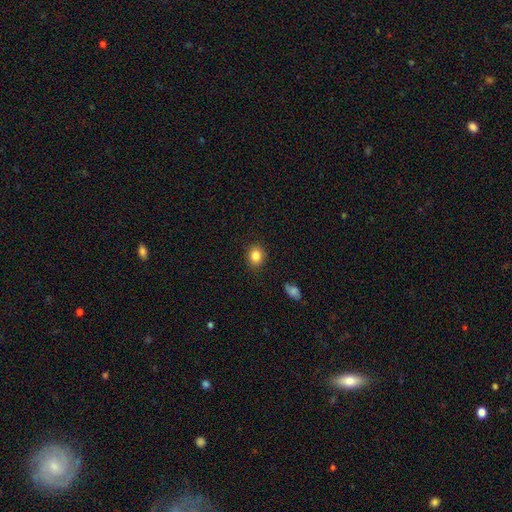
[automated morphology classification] Smooth or featured? smooth (84%)
How rounded? round (65%)
Merging? none (88%)